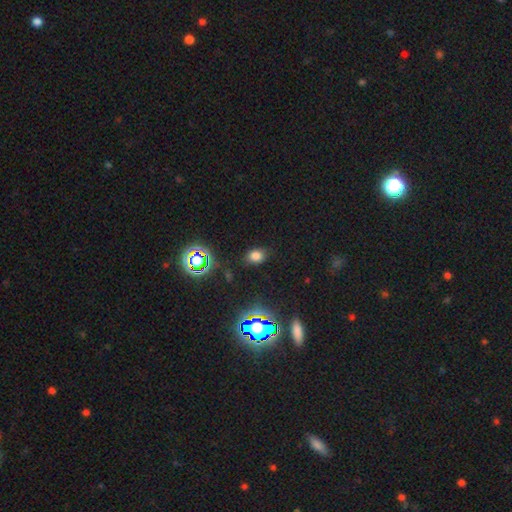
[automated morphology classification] Smooth or featured?
  - smooth: 70% *
  - star or artifact: 24%
  - featured or disk: 6%
How rounded?
  - in between: 57% *
  - round: 41%
  - cigar-shaped: 1%
Merging?
  - none: 84% *
  - minor disturbance: 11%
  - major disturbance: 3%
  - merger: 2%